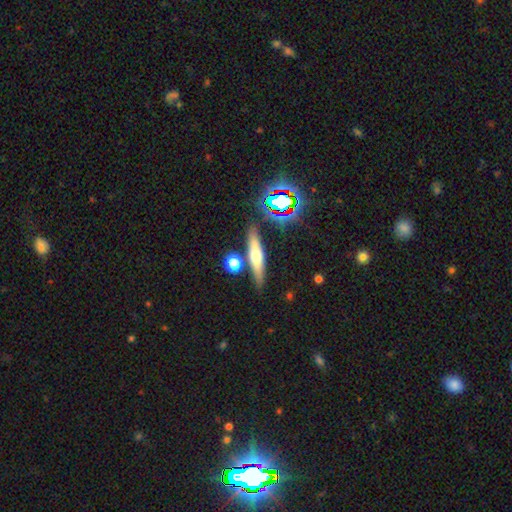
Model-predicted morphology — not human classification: A smooth galaxy with no disk features (45%). Merging: none (81%).